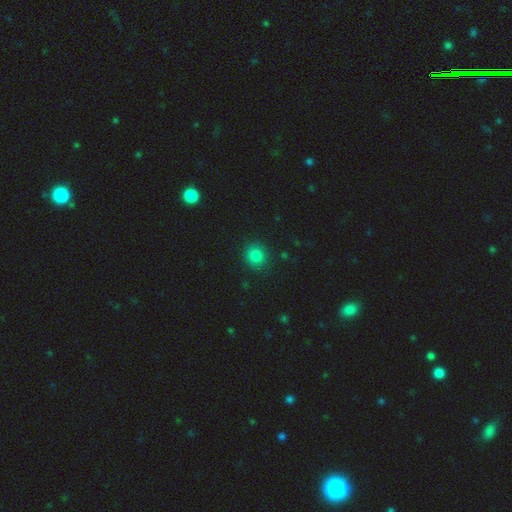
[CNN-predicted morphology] Overall: smooth (82%). How rounded: round (86%). Merging: none (89%).